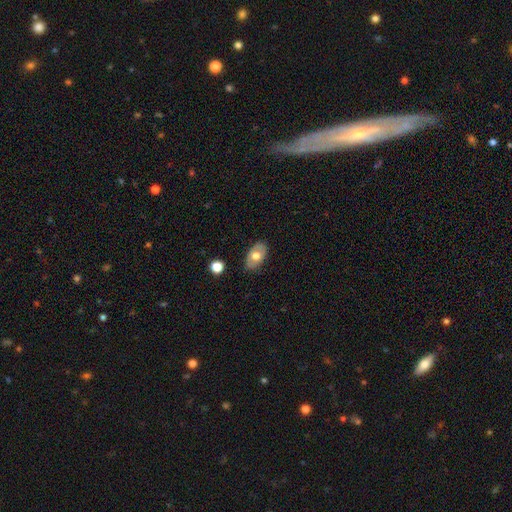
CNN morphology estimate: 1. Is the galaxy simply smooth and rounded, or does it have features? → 61% smooth, 32% featured or disk, 7% star or artifact.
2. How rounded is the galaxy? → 89% in between, 10% round, 2% cigar-shaped.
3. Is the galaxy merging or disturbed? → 81% none, 15% minor disturbance, 3% major disturbance, 2% merger.